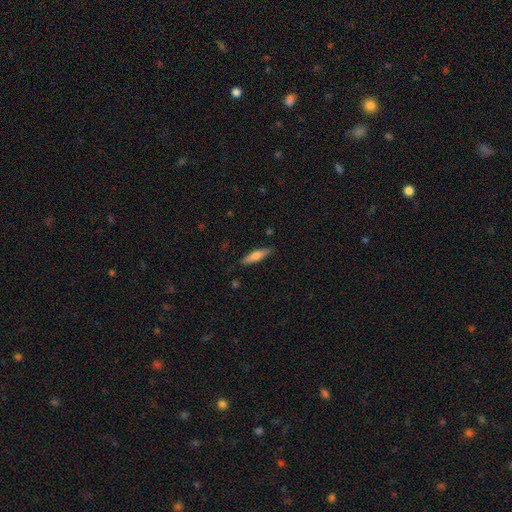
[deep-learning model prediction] smooth 66%, featured or disk 28%, star or artifact 6%. Down the decision tree: how rounded — cigar-shaped (73%); merging — none (85%).